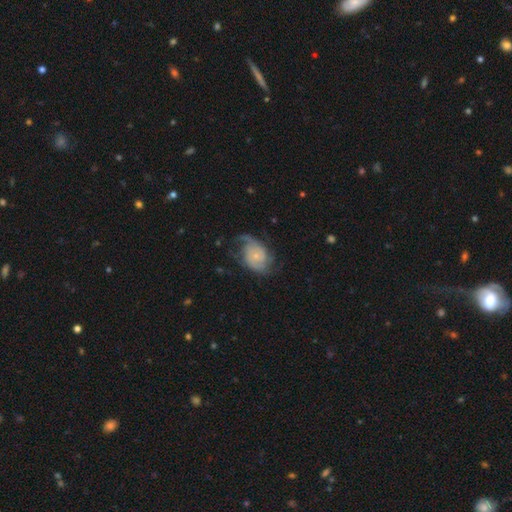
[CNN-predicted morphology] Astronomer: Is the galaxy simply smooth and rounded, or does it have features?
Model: featured or disk — 80%.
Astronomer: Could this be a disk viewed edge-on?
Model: no — 97%.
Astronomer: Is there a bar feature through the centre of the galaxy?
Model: no — 73%.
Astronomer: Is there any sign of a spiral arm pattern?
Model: yes — 94%.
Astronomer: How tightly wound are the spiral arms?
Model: medium — 41% (runner-up: loose, 30%).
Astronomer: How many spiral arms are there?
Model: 2 — 64%.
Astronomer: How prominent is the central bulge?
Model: small — 73%.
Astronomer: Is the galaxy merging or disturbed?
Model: none — 57%.